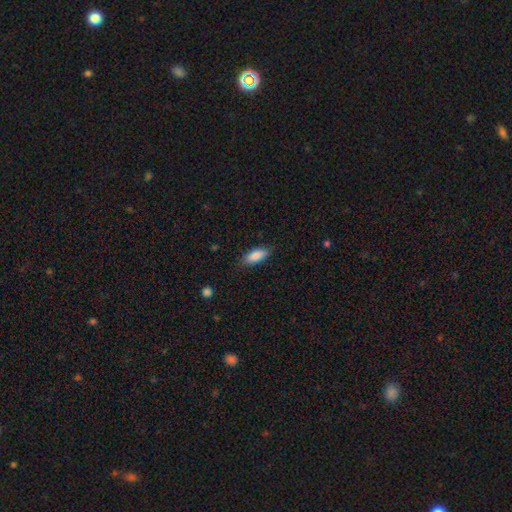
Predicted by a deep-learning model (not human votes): The model was most divided on "how rounded": in between: 79%, cigar-shaped: 19%, round: 2%. More confident: smooth or featured — smooth (85%); merging — none (79%).